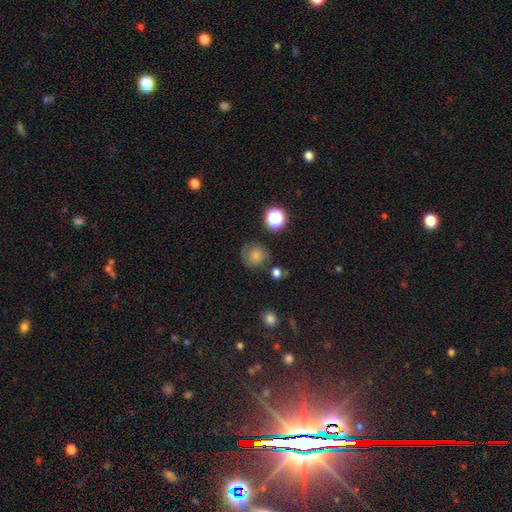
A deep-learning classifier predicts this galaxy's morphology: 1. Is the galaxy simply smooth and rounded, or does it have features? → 70% smooth, 15% star or artifact, 15% featured or disk.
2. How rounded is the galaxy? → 87% round, 12% in between, 1% cigar-shaped.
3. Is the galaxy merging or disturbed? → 66% none, 20% minor disturbance, 8% major disturbance, 6% merger.